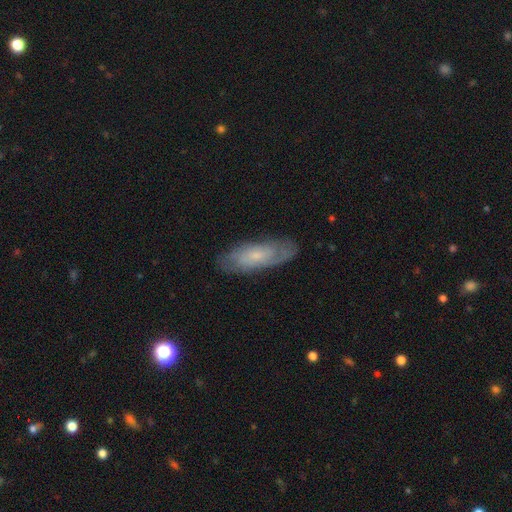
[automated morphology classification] The model was most divided on "smooth or featured": featured or disk: 59%, smooth: 34%, star or artifact: 7%. More confident: edge-on disk — no (83%); merging — none (77%).